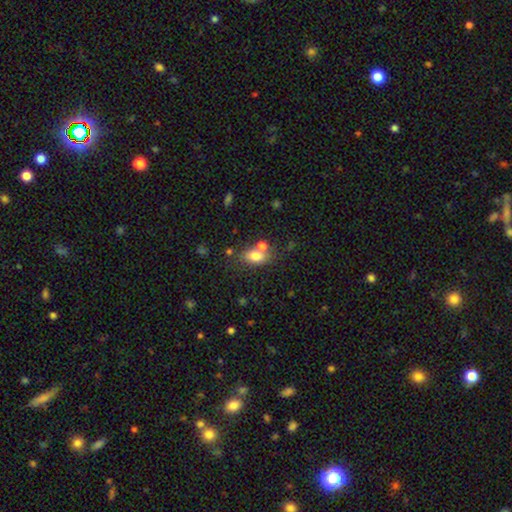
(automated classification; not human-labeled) This is likely a smooth galaxy (77%). How rounded: clearly in between (82%). Merging: possibly none (54%).